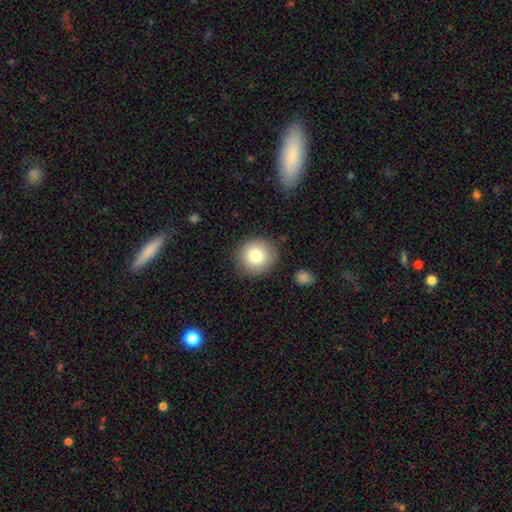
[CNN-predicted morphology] A smooth galaxy with no disk features (79%) that is round (93%). Merging: none (87%).